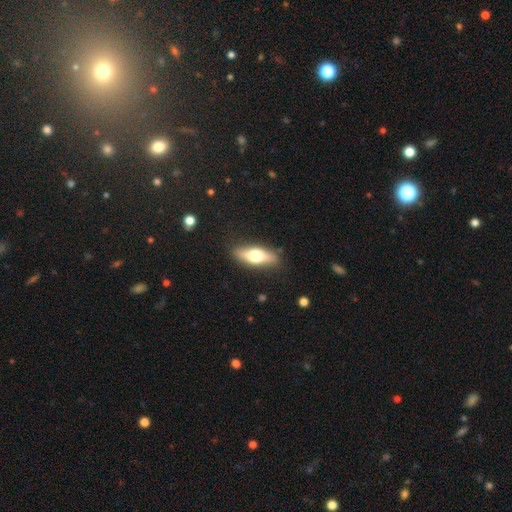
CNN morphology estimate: This is possibly a smooth galaxy (59%). How rounded: likely in between (60%). Merging: clearly none (84%).